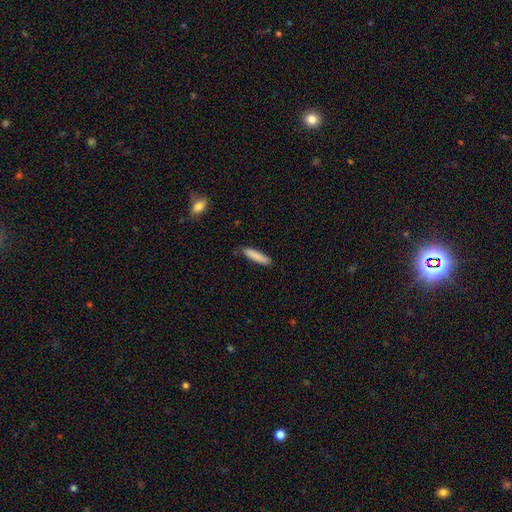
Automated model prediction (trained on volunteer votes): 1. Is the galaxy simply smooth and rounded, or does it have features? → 86% smooth, 8% featured or disk, 6% star or artifact.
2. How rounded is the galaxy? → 84% cigar-shaped, 15% in between, 1% round.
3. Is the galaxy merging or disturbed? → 83% none, 13% minor disturbance, 2% major disturbance, 2% merger.